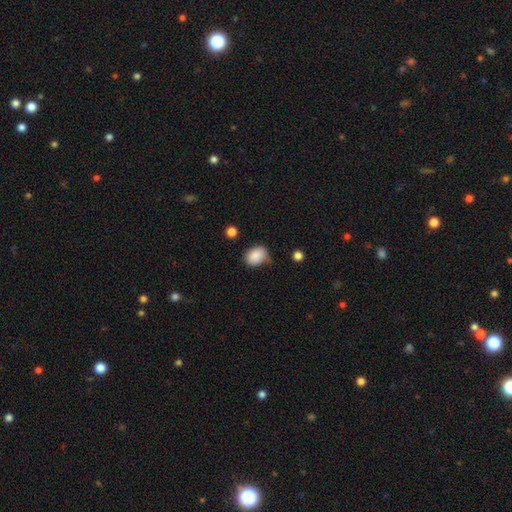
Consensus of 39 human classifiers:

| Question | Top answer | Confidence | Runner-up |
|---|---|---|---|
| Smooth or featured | smooth | 82% | star or artifact (10%) |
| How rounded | in between | 66% | round (34%) |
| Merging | none | 80% | minor disturbance (11%) |